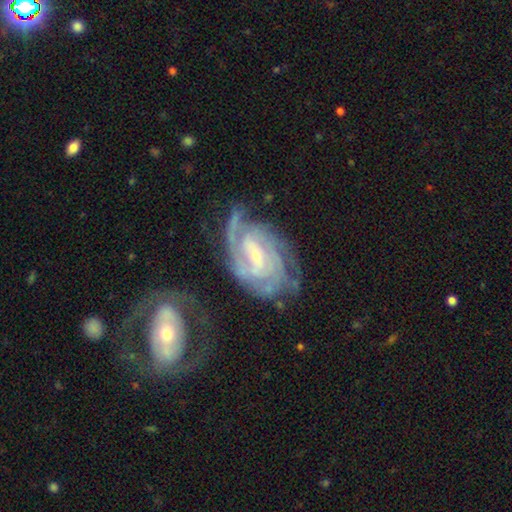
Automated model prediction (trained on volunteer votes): featured or disk 90%, smooth 5%, star or artifact 5%. Down the decision tree: edge-on disk — no (97%); bar — weak (47%); spiral arms — yes (97%); spiral arm count — 3 (28%); spiral winding — tight (66%); bulge size — small (67%); merging — none (56%).